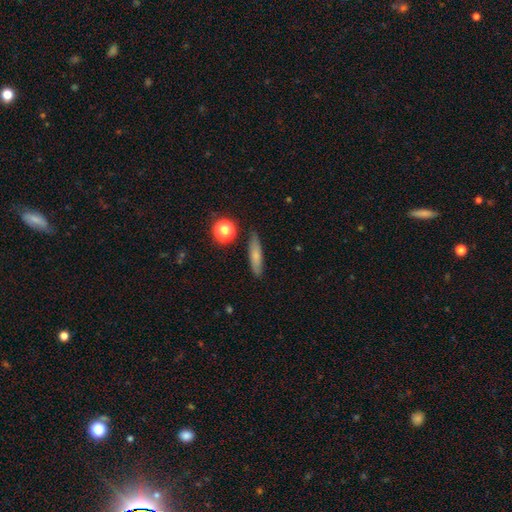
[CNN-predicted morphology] Overall: smooth (69%). How rounded: cigar-shaped (72%). Merging: none (83%).